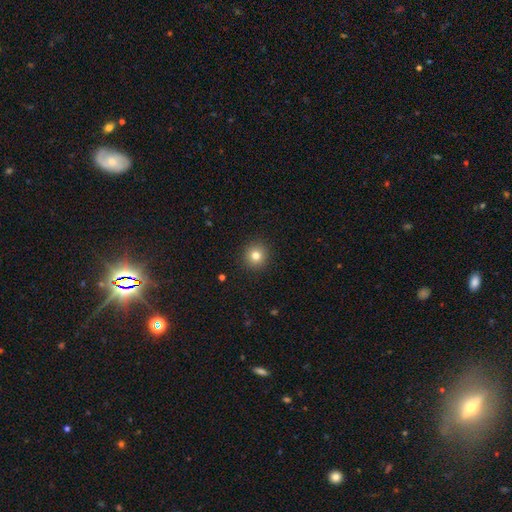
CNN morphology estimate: smooth-or-featured: smooth: 80% | star or artifact: 12% | featured or disk: 8%
  how-rounded: round: 94% | in between: 5% | cigar-shaped: 1%
  merging: none: 92% | minor disturbance: 5% | major disturbance: 2% | merger: 1%